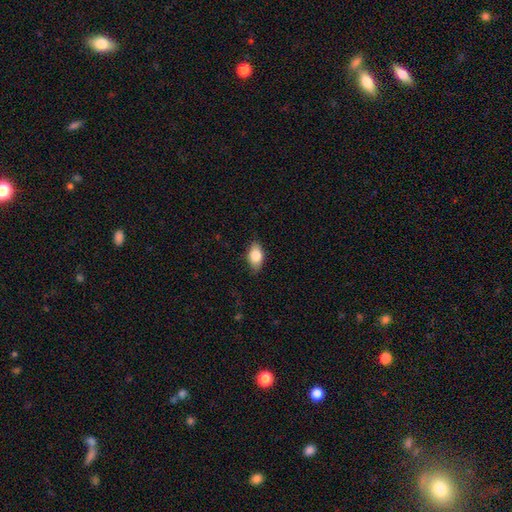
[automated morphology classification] Overall: smooth (81%). How rounded: in between (89%). Merging: none (82%).